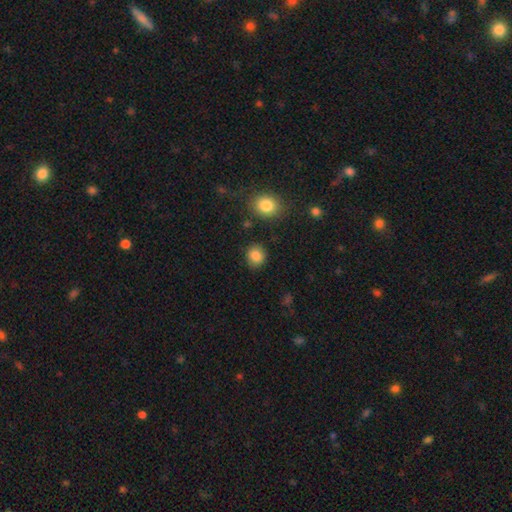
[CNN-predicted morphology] type=smooth (86%); roundness=round (80%); merging=none (87%).